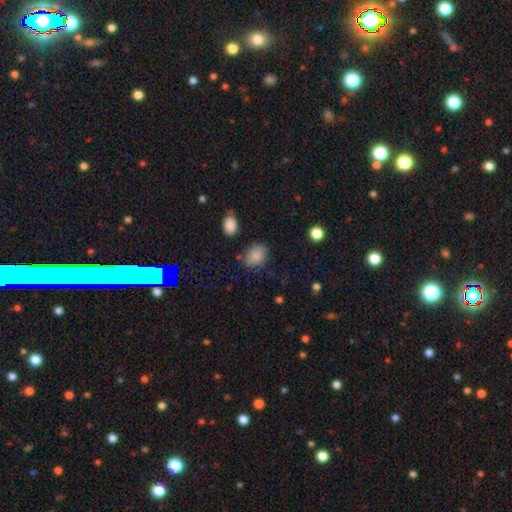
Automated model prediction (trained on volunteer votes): Smooth or featured?
  - smooth: 85% *
  - star or artifact: 9%
  - featured or disk: 6%
How rounded?
  - in between: 71% *
  - round: 28%
  - cigar-shaped: 1%
Merging?
  - none: 74% *
  - minor disturbance: 17%
  - major disturbance: 5%
  - merger: 4%